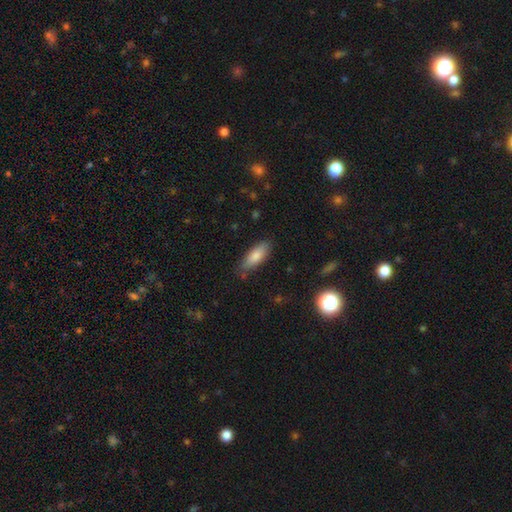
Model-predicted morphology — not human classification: A smooth galaxy with no disk features (82%) that is in between round and cigar-shaped (68%). Merging: none (78%).